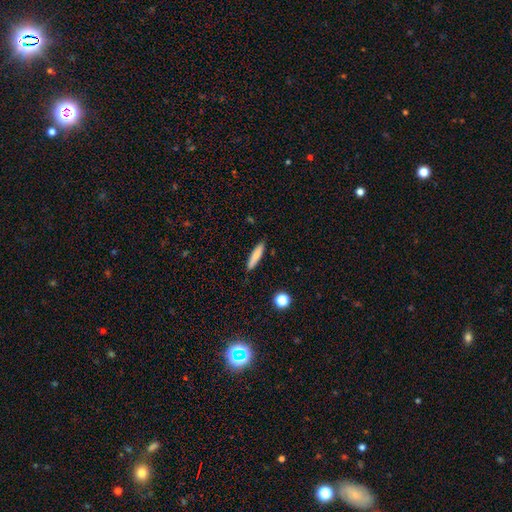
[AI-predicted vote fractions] Smooth or featured? Predicted: smooth (p=0.80). How rounded? Predicted: cigar-shaped (p=0.85). Merging? Predicted: none (p=0.88).